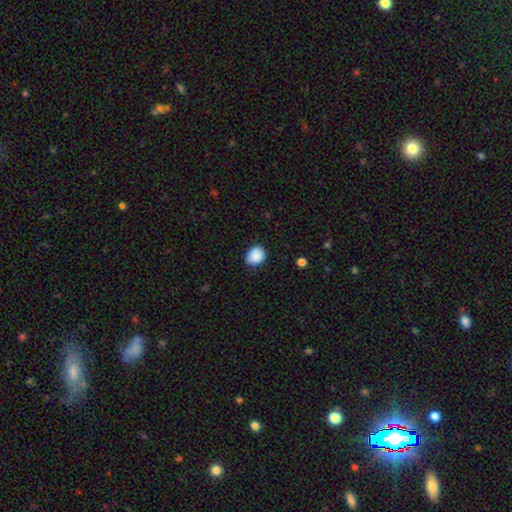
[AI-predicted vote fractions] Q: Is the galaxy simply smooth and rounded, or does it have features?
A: smooth — 89%.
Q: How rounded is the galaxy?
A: round — 59%.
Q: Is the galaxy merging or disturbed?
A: none — 75%.